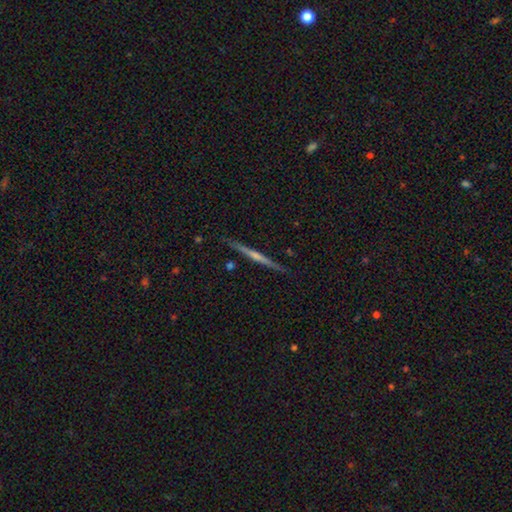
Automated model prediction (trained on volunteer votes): featured or disk 76%, smooth 15%, star or artifact 9%. Down the decision tree: edge-on disk — yes (98%); edge-on bulge — rounded (63%); merging — none (91%).